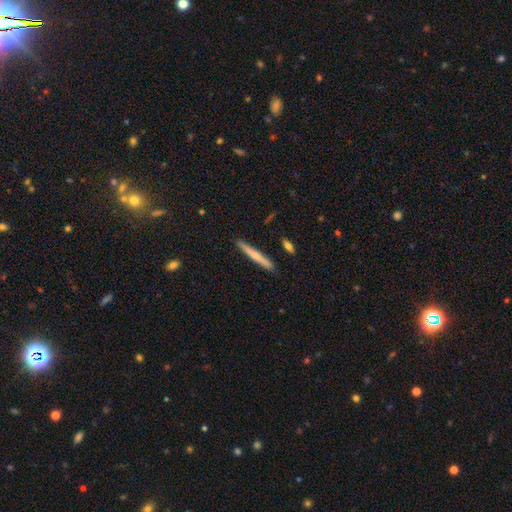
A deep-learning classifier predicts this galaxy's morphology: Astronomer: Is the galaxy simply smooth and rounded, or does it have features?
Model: smooth — 57% (runner-up: featured or disk, 37%).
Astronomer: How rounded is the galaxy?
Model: cigar-shaped — 96%.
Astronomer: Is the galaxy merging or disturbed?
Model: none — 89%.